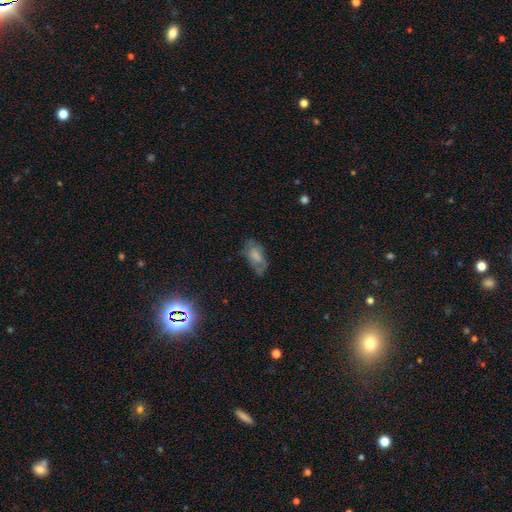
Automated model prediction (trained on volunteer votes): The model was most divided on "merging": none: 51%, minor disturbance: 28%, major disturbance: 18%, merger: 2%. More confident: how rounded — in between (90%); smooth or featured — smooth (59%).